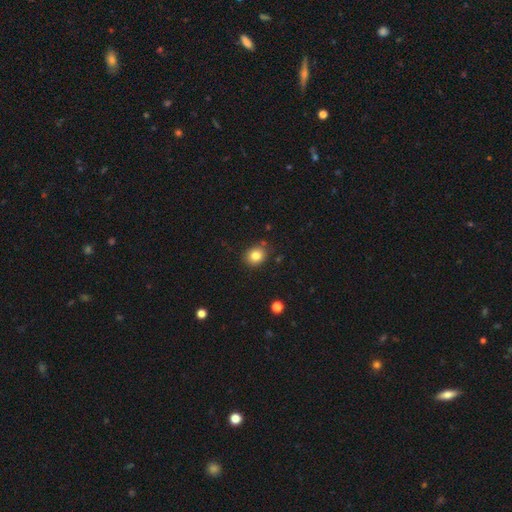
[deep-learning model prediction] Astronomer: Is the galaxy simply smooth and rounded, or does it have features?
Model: smooth — 81%.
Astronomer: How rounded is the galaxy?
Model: round — 69%.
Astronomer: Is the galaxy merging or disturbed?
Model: none — 83%.